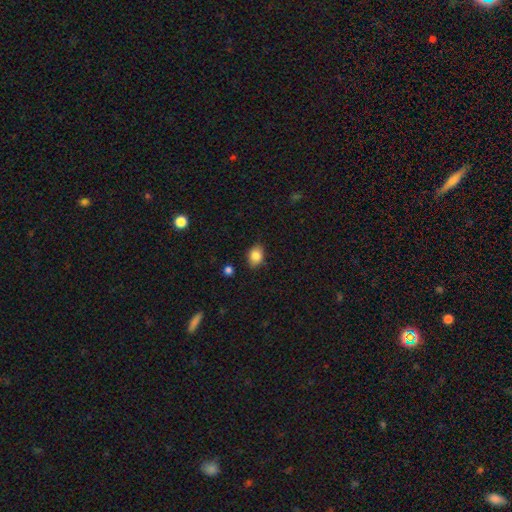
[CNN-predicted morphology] A smooth galaxy with no disk features (85%) that is in between round and cigar-shaped (67%).

Vote fractions:
- Smooth or featured? smooth: 85% / star or artifact: 9% / featured or disk: 6%
- How rounded? in between: 67% / round: 32% / cigar-shaped: 1%
- Merging? none: 80% / minor disturbance: 16% / major disturbance: 3% / merger: 2%